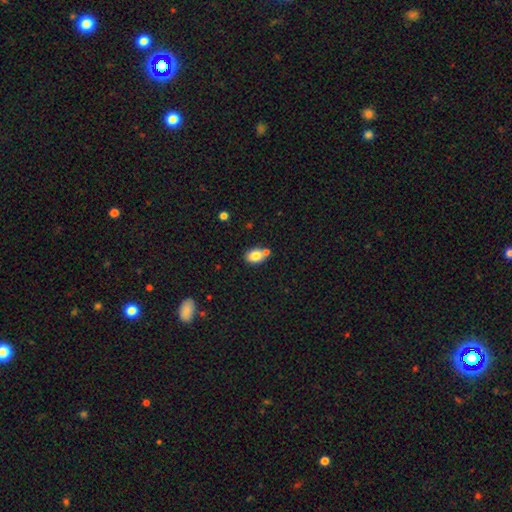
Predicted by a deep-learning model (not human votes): A smooth galaxy with no disk features (81%) that is in between round and cigar-shaped (71%). Merging: none (63%).